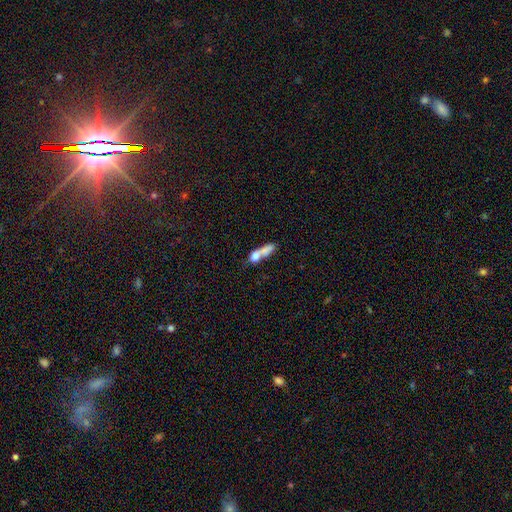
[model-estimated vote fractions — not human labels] smooth-or-featured: smooth: 66% | featured or disk: 23% | star or artifact: 11%
  how-rounded: in between: 45% | cigar-shaped: 40% | round: 15%
  merging: merger: 59% | none: 20% | major disturbance: 11% | minor disturbance: 10%